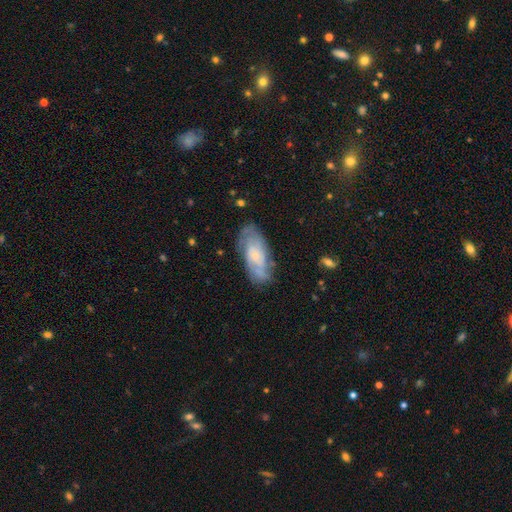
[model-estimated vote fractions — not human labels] A featured or disk galaxy (69%) with no bar (68%), tight (54%) spiral arms (88%) and a small central bulge (66%). Merging: none (71%).